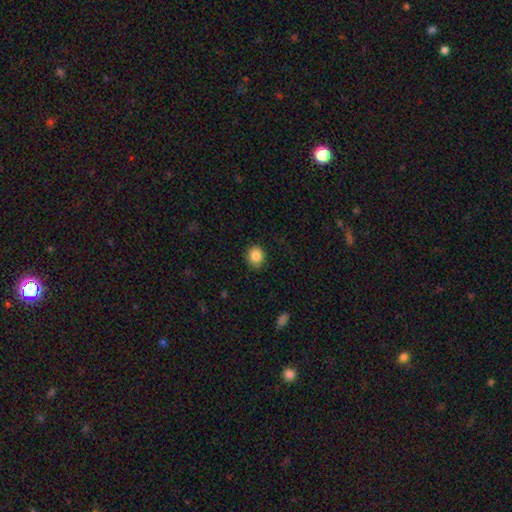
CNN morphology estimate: The model was most divided on "how rounded": round: 75%, in between: 25%, cigar-shaped: 1%. More confident: smooth or featured — smooth (86%); merging — none (86%).